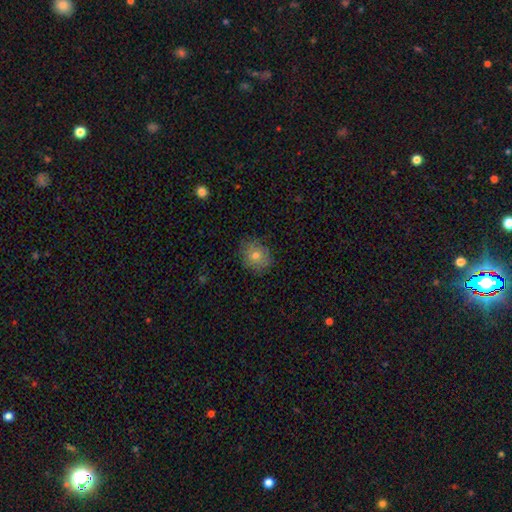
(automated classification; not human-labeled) Morphology: type=smooth (75%); roundness=round (72%); merging=none (85%).